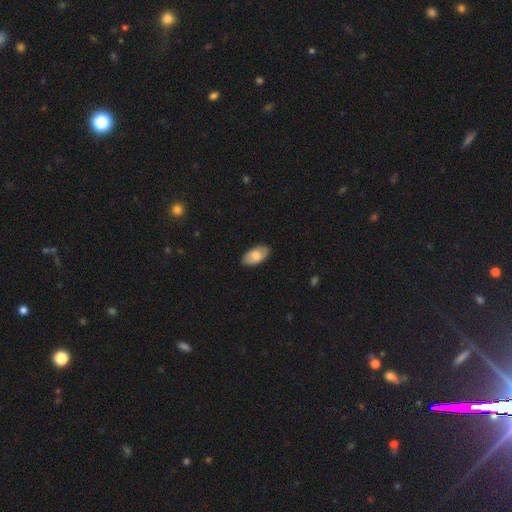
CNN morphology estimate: A smooth galaxy with no disk features (76%) that is in between round and cigar-shaped (95%).

Vote fractions:
- Smooth or featured? smooth: 76% / featured or disk: 18% / star or artifact: 6%
- How rounded? in between: 95% / round: 3% / cigar-shaped: 2%
- Merging? none: 87% / minor disturbance: 10% / major disturbance: 2% / merger: 1%